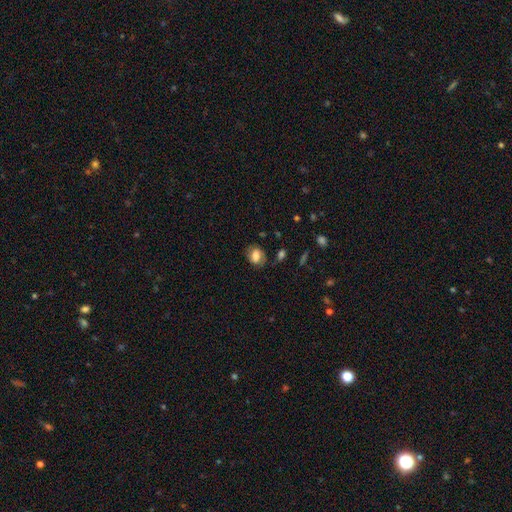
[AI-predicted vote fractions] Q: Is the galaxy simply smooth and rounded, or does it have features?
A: smooth — 67%.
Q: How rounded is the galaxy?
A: in between — 68%.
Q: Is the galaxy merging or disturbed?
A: none — 69%.